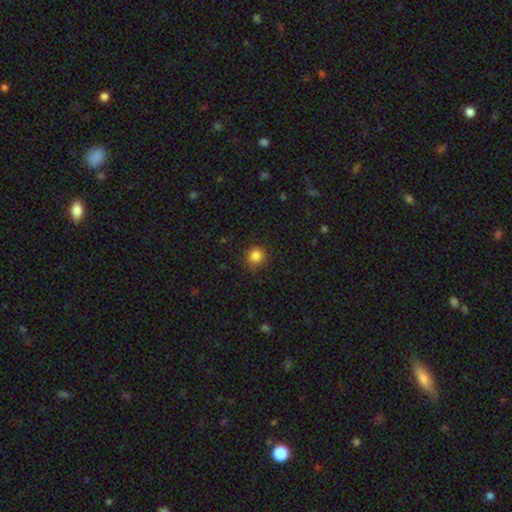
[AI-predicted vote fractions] Smooth or featured? Predicted: smooth (p=0.84). How rounded? Predicted: round (p=0.91). Merging? Predicted: none (p=0.86).